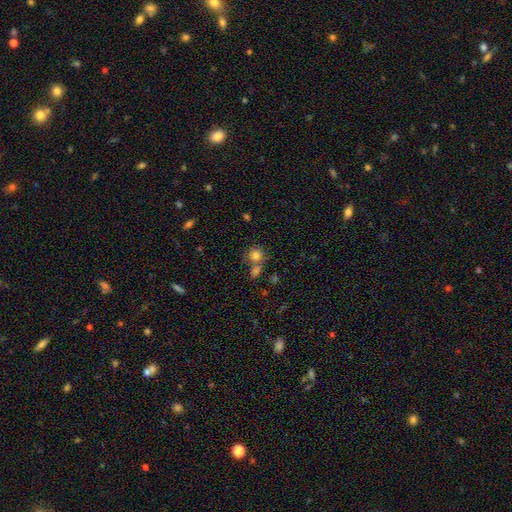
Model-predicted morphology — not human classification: This appears to be a smooth galaxy with no disk features (80%) that is round (85%). Merging: none (55%).